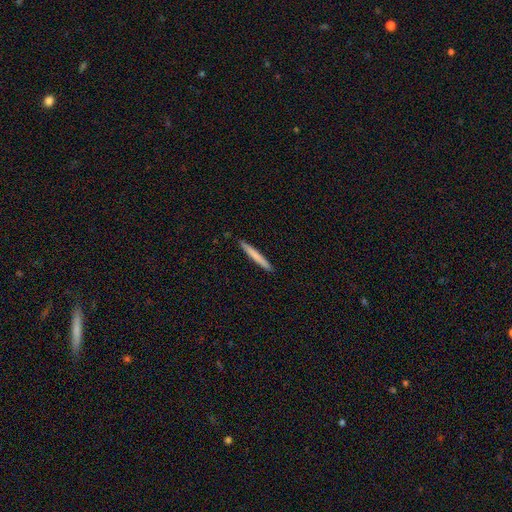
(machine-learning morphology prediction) This is likely a smooth galaxy (72%). How rounded: clearly cigar-shaped (97%). Merging: clearly none (92%).